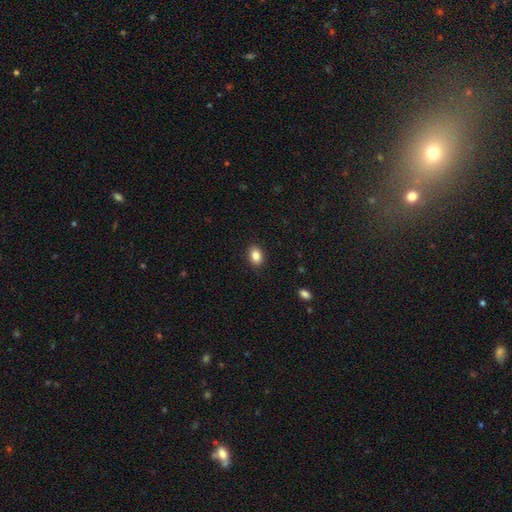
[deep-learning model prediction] Smooth or featured? smooth (87%)
How rounded? in between (77%)
Merging? none (89%)